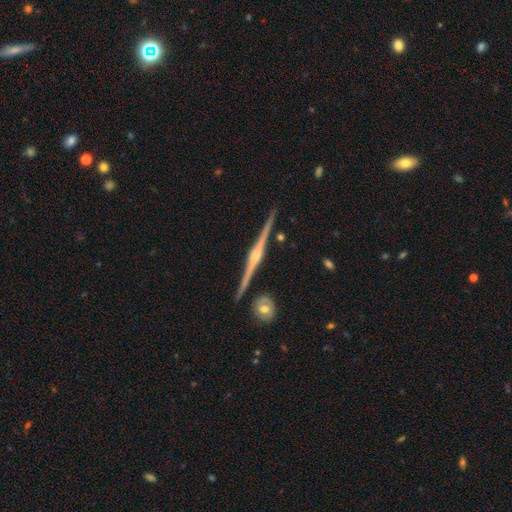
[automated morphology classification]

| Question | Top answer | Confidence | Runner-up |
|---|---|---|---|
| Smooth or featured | featured or disk | 90% | smooth (5%) |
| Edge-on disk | yes | 99% | no (1%) |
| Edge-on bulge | rounded | 83% | boxy (11%) |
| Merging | none | 90% | minor disturbance (6%) |